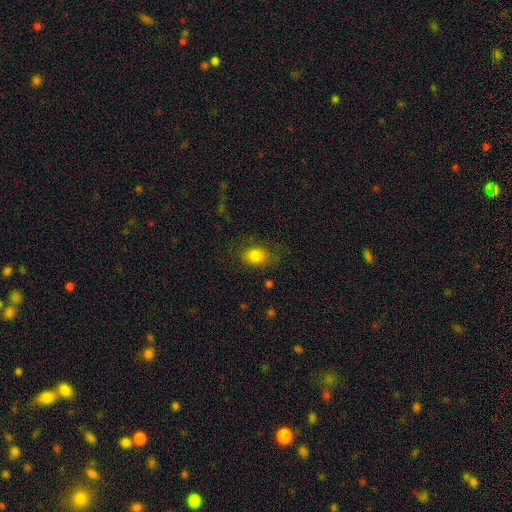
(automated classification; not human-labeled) smooth 82%, star or artifact 10%, featured or disk 8%. Down the decision tree: how rounded — in between (72%); merging — none (71%).